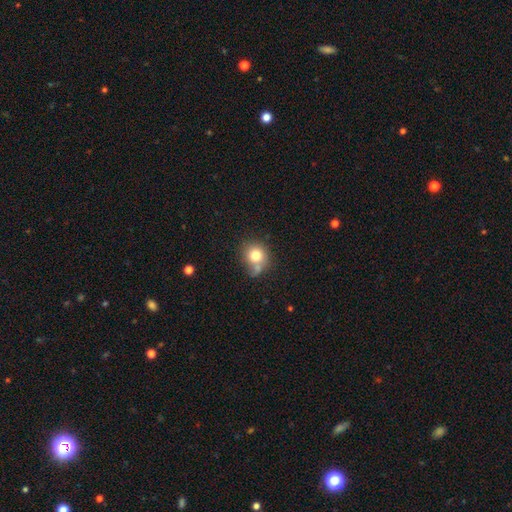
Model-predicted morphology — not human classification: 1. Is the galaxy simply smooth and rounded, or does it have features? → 77% smooth, 13% featured or disk, 10% star or artifact.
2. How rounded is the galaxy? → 81% round, 18% in between, 1% cigar-shaped.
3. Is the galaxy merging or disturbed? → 52% none, 22% merger, 19% minor disturbance, 8% major disturbance.